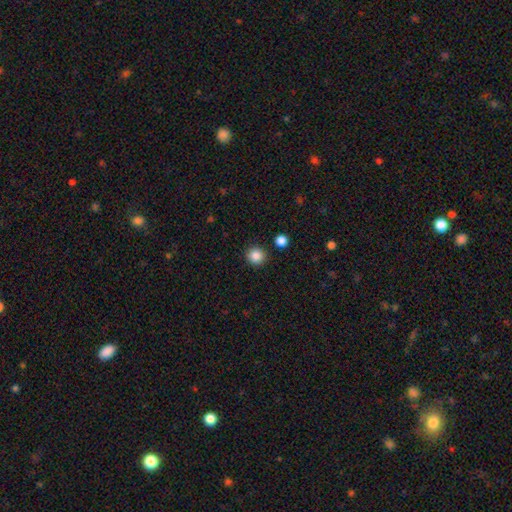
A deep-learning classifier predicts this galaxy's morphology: Q: Smooth or featured?
A: smooth (86%); runner-up: star or artifact (10%)
Q: How rounded?
A: round (94%); runner-up: in between (5%)
Q: Merging?
A: none (91%); runner-up: minor disturbance (5%)